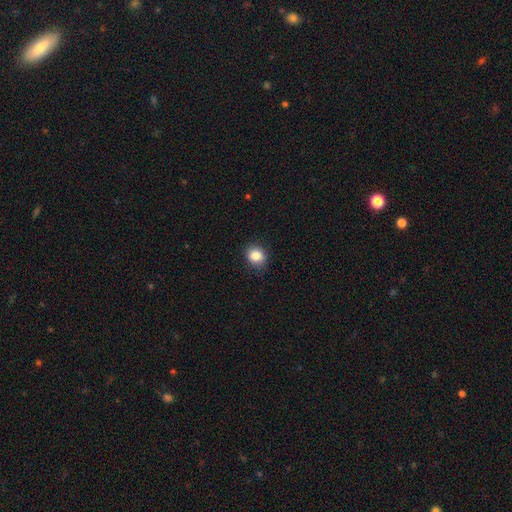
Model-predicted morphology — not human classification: This is clearly a smooth galaxy (85%). How rounded: likely round (72%). Merging: clearly none (86%).